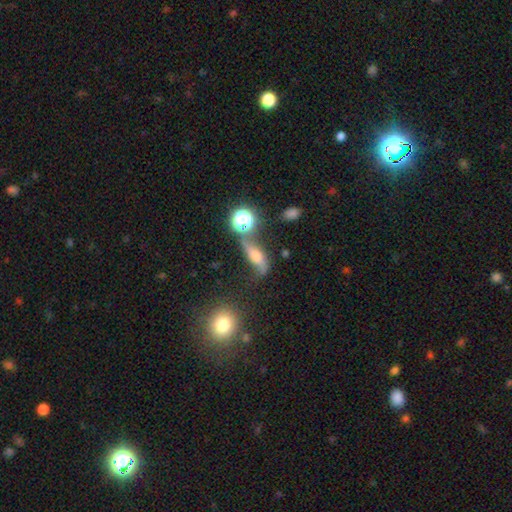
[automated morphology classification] This appears to be a featured or disk galaxy (58%). Merging: none (51%).